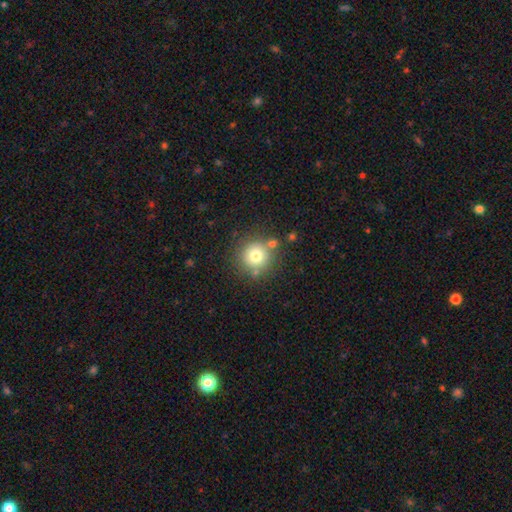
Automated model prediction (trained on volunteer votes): This is likely a smooth galaxy (75%). How rounded: clearly round (94%). Merging: likely none (77%).